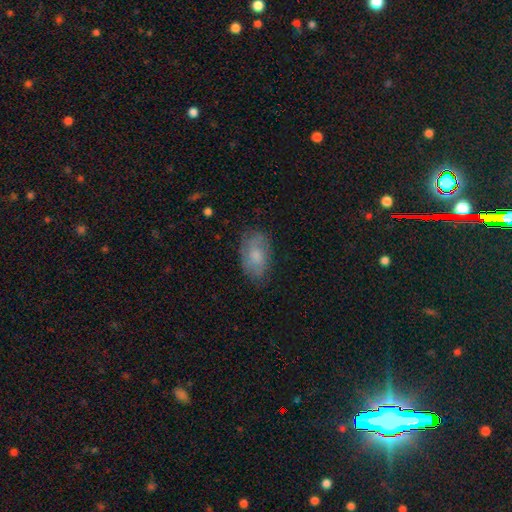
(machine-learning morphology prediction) A smooth galaxy with no disk features (60%) that is in between round and cigar-shaped (91%).

Vote fractions:
- Smooth or featured? smooth: 60% / featured or disk: 33% / star or artifact: 8%
- How rounded? in between: 91% / round: 6% / cigar-shaped: 2%
- Merging? none: 70% / minor disturbance: 22% / major disturbance: 7% / merger: 1%